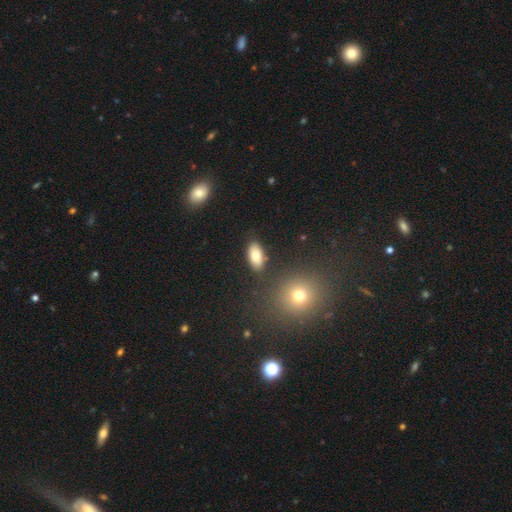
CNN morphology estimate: smooth 79%, featured or disk 13%, star or artifact 8%. Down the decision tree: how rounded — in between (92%); merging — none (85%).